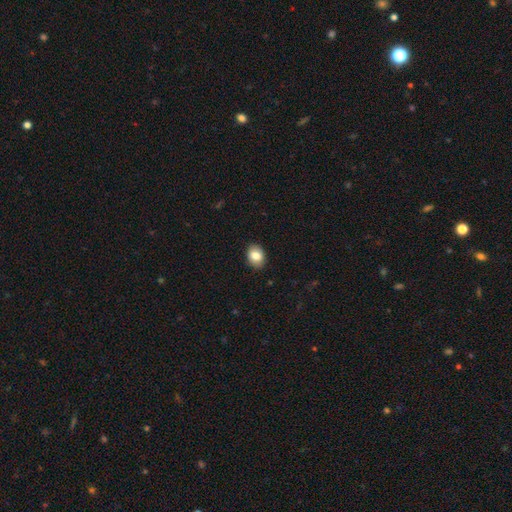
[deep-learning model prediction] Morphology: type=smooth (83%); roundness=in between (66%); merging=none (89%).